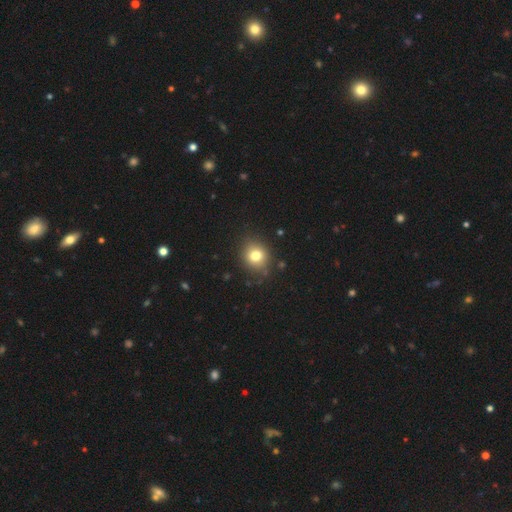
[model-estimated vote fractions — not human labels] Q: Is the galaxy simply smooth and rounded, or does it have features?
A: smooth — 77%.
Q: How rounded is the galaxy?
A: round — 78%.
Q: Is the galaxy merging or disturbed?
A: none — 84%.